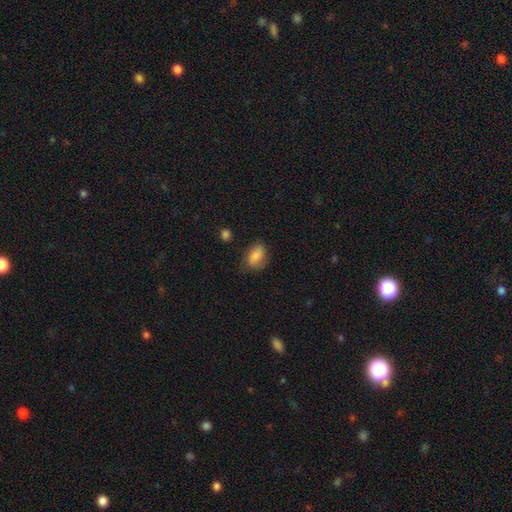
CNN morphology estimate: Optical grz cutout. It shows a smooth galaxy with no disk features (79%) that is in between round and cigar-shaped (87%). Merging: none (68%).